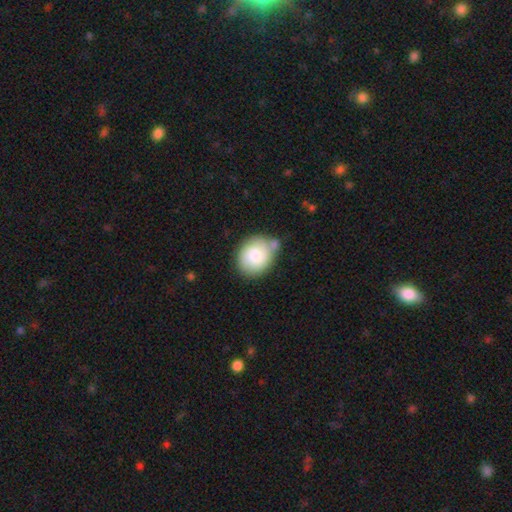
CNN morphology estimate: smooth-or-featured: smooth: 75% | featured or disk: 18% | star or artifact: 7%
  how-rounded: round: 61% | in between: 38% | cigar-shaped: 1%
  merging: none: 57% | minor disturbance: 21% | merger: 16% | major disturbance: 6%